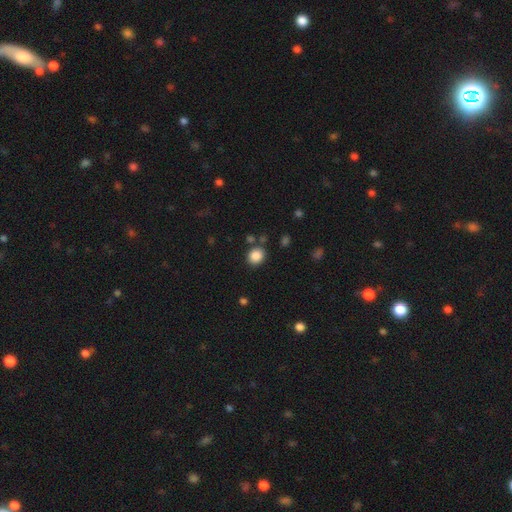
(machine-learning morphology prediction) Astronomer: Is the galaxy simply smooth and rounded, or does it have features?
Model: smooth — 86%.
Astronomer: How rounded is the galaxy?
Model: round — 72%.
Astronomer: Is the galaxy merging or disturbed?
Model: none — 80%.